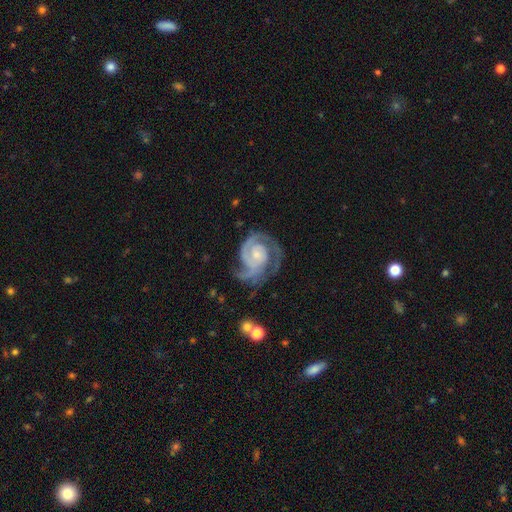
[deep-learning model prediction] Smooth or featured? Predicted: featured or disk (p=0.92). Edge-on disk? Predicted: no (p=0.98). Bar? Predicted: no (p=0.70). Spiral arms? Predicted: yes (p=0.98). Spiral winding? Predicted: tight (p=0.60). Spiral arm count? Predicted: 2 (p=0.39). Bulge size? Predicted: small (p=0.63). Merging? Predicted: none (p=0.61).